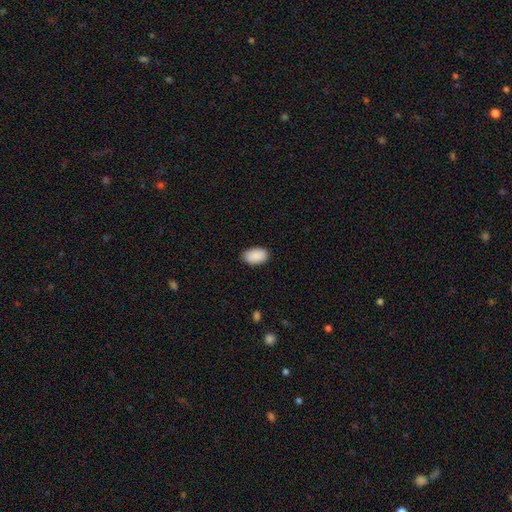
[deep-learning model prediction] This is clearly a smooth galaxy (91%). How rounded: clearly in between (92%). Merging: clearly none (86%).